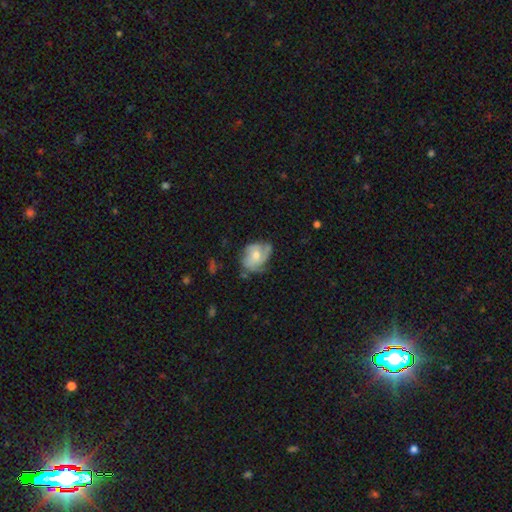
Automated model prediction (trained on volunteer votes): smooth-or-featured: featured or disk: 64% | smooth: 29% | star or artifact: 7%
  disk-edge-on: no: 97% | yes: 3%
    bar: no: 77% | weak: 20% | strong: 3%
    has-spiral-arms: yes: 83% | no: 17%
      spiral-winding: medium: 42% | tight: 37% | loose: 21%
      spiral-arm-count: 3: 39% | can't tell: 24% | 2: 18% | 4: 10% | 1: 5% | more than 4: 4%
    bulge-size: moderate: 52% | small: 43% | large: 3% | none: 2% | dominant: 1%
  merging: none: 51% | minor disturbance: 30% | major disturbance: 16% | merger: 3%